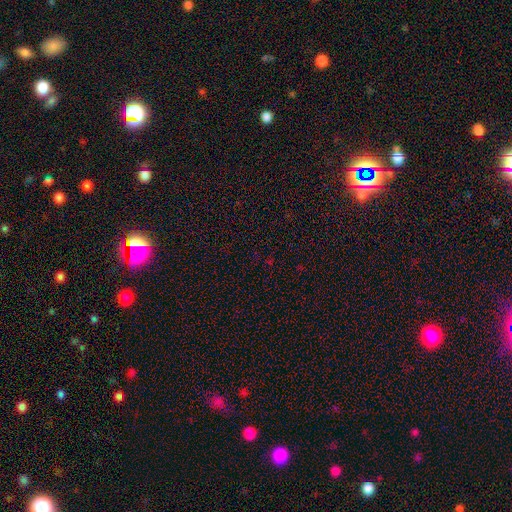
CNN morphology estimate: A star or artifact, not a galaxy (67%).

Vote fractions:
- Smooth or featured? star or artifact: 67% / smooth: 26% / featured or disk: 8%